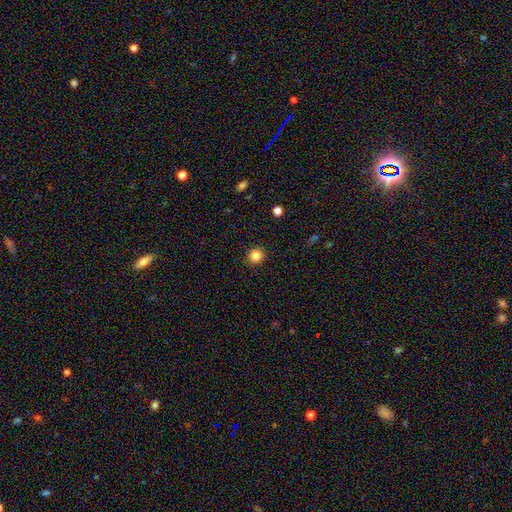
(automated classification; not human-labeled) smooth_or_featured: smooth (p=0.84) [alt: star or artifact p=0.12]
how_rounded: round (p=0.91) [alt: in between p=0.08]
merging: none (p=0.91) [alt: minor disturbance p=0.06]